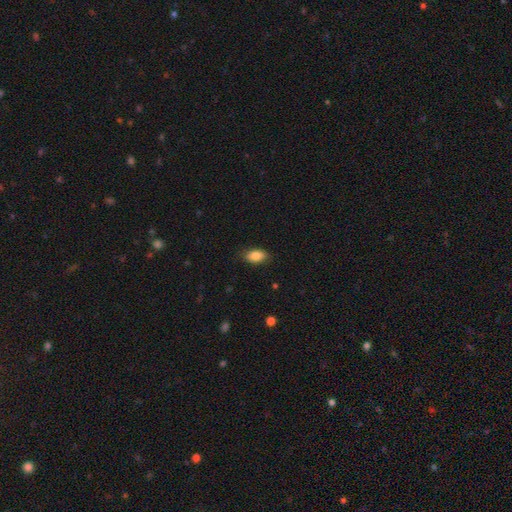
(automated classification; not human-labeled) smooth-or-featured: smooth: 85% | featured or disk: 8% | star or artifact: 7%
  how-rounded: in between: 91% | round: 6% | cigar-shaped: 3%
  merging: none: 84% | minor disturbance: 13% | major disturbance: 3% | merger: 1%